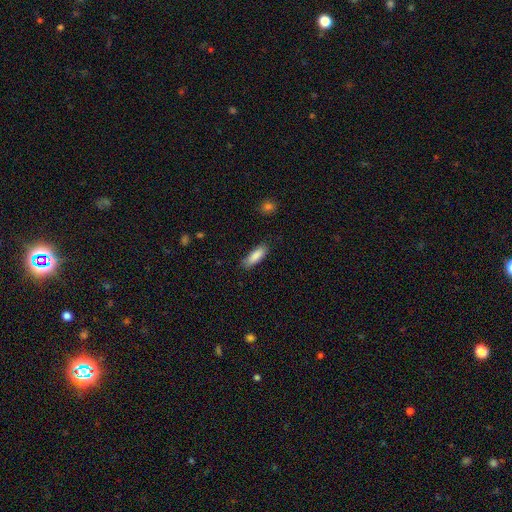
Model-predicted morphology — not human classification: smooth-or-featured: smooth: 87% | featured or disk: 7% | star or artifact: 6%
  how-rounded: in between: 57% | cigar-shaped: 42% | round: 2%
  merging: none: 84% | minor disturbance: 12% | major disturbance: 2% | merger: 1%